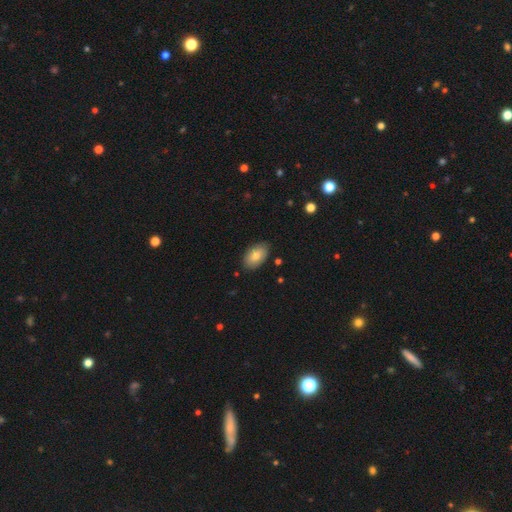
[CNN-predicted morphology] A smooth galaxy with no disk features (80%) that is in between round and cigar-shaped (93%).

Vote fractions:
- Smooth or featured? smooth: 80% / featured or disk: 13% / star or artifact: 7%
- How rounded? in between: 93% / round: 5% / cigar-shaped: 1%
- Merging? none: 85% / minor disturbance: 12% / major disturbance: 2% / merger: 1%